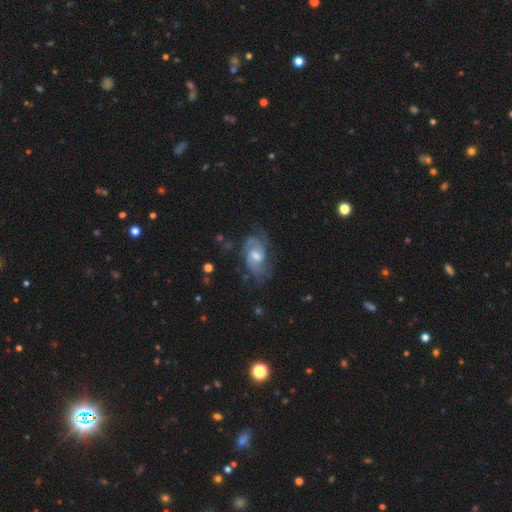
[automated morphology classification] Smooth or featured: featured or disk — 77% (smooth — 16%)
Edge-on disk: no — 96% (yes — 4%)
Bar: no — 47% (weak — 45%)
Spiral arms: yes — 92% (no — 8%)
Spiral winding: medium — 46% (tight — 37%)
Spiral arm count: 2 — 47% (can't tell — 26%)
Bulge size: moderate — 63% (small — 23%)
Merging: none — 63% (minor disturbance — 22%)